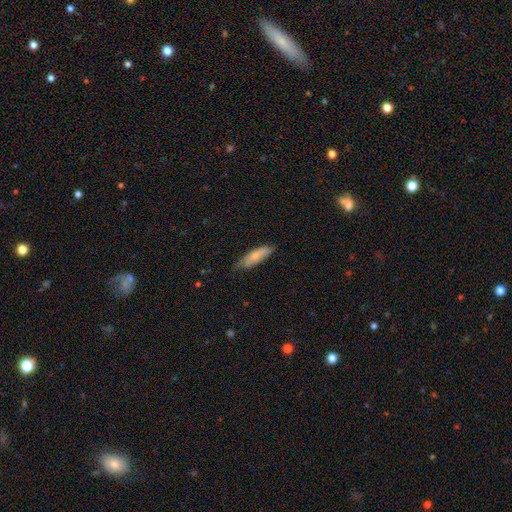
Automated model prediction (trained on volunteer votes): Smooth or featured? Predicted: smooth (p=0.75). How rounded? Predicted: cigar-shaped (p=0.50). Merging? Predicted: none (p=0.65).